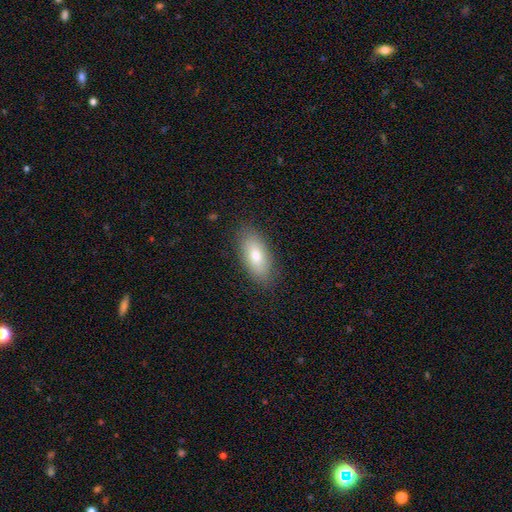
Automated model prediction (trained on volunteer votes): A smooth galaxy with no disk features (76%) that is in between round and cigar-shaped (89%). Merging: none (85%).